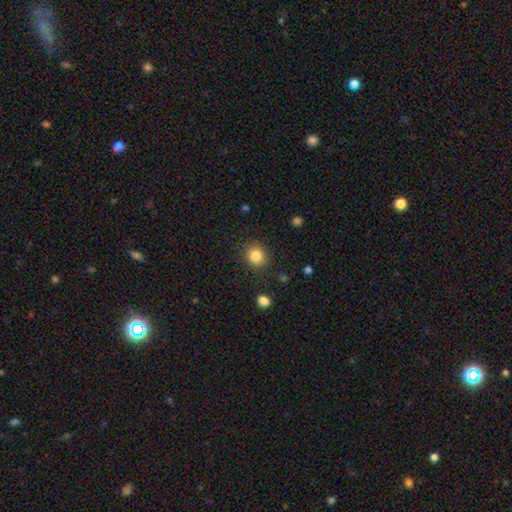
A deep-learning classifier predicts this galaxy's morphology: smooth_or_featured: smooth (p=0.83) [alt: star or artifact p=0.11]
how_rounded: round (p=0.86) [alt: in between p=0.13]
merging: none (p=0.88) [alt: minor disturbance p=0.08]